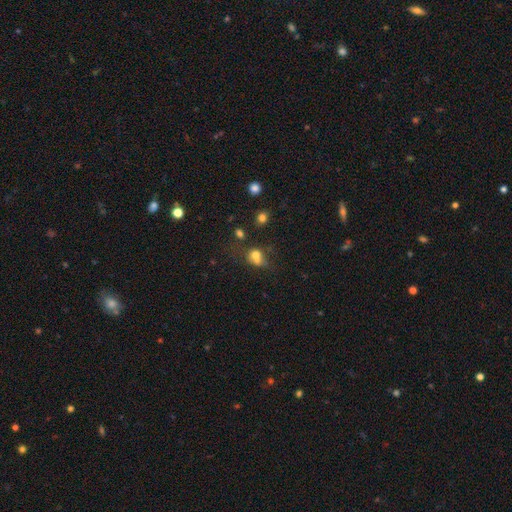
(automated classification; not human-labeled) smooth 67%, featured or disk 17%, star or artifact 16%. Down the decision tree: how rounded — round (61%); merging — merger (48%).